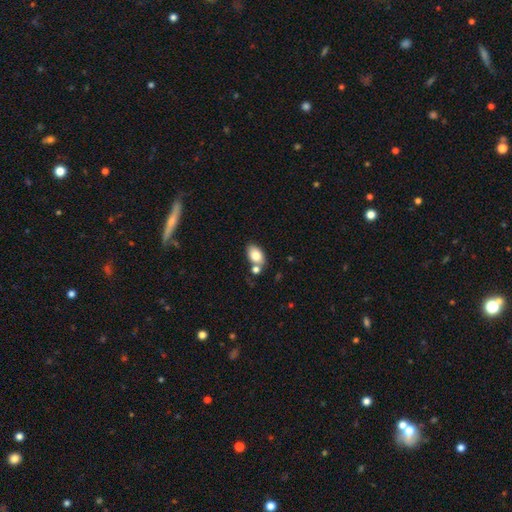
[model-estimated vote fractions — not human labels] Smooth or featured? Predicted: smooth (p=0.80). How rounded? Predicted: in between (p=0.88). Merging? Predicted: none (p=0.61).